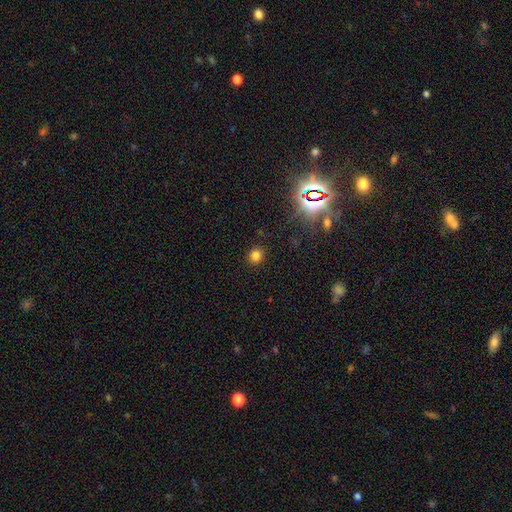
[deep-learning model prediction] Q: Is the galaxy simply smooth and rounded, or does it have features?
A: smooth — 77%.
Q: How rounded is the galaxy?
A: round — 83%.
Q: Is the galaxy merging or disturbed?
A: none — 90%.